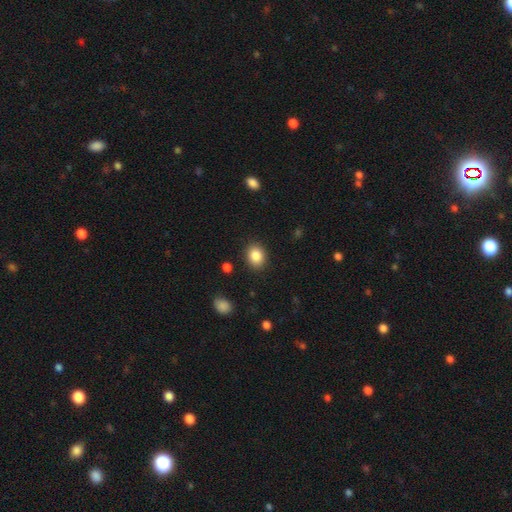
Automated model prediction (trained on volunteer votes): The model was most divided on "how rounded": in between: 53%, round: 46%, cigar-shaped: 1%. More confident: merging — none (88%); smooth or featured — smooth (86%).